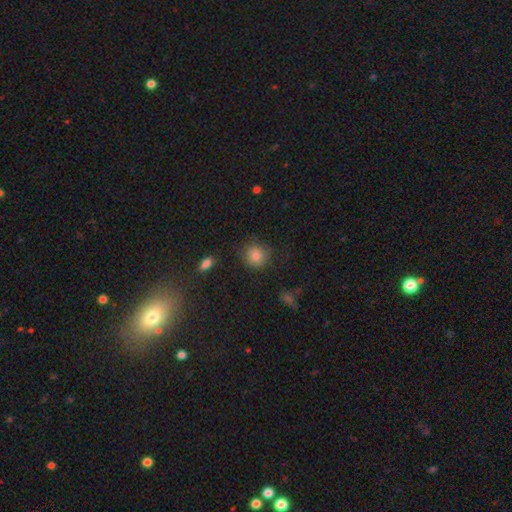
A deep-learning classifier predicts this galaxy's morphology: This is clearly a smooth galaxy (80%). How rounded: clearly round (88%). Merging: clearly none (82%).